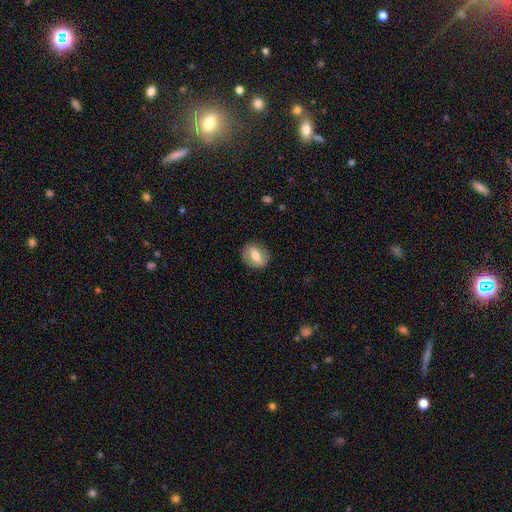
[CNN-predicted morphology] Smooth or featured? smooth (52%)
How rounded? in between (54%)
Merging? none (85%)